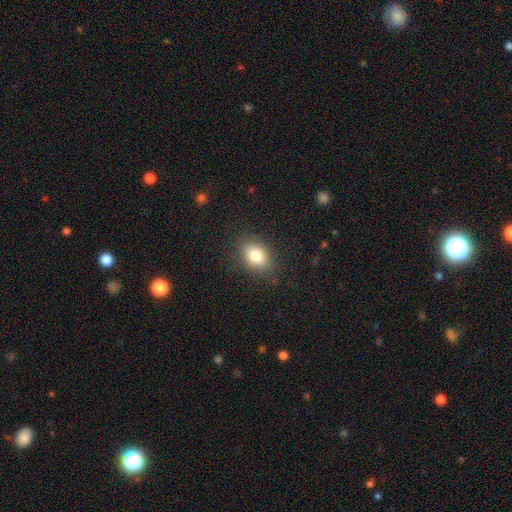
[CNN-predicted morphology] Smooth or featured? smooth (81%)
How rounded? in between (74%)
Merging? none (84%)